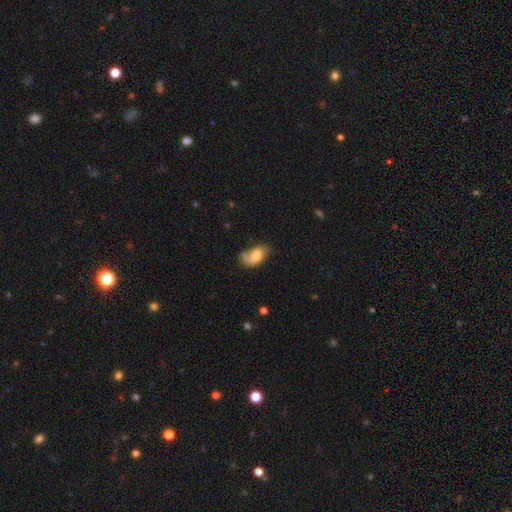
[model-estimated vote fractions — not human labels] This appears to be a smooth galaxy with no disk features (63%) that is in between round and cigar-shaped (90%). Merging: none (46%).